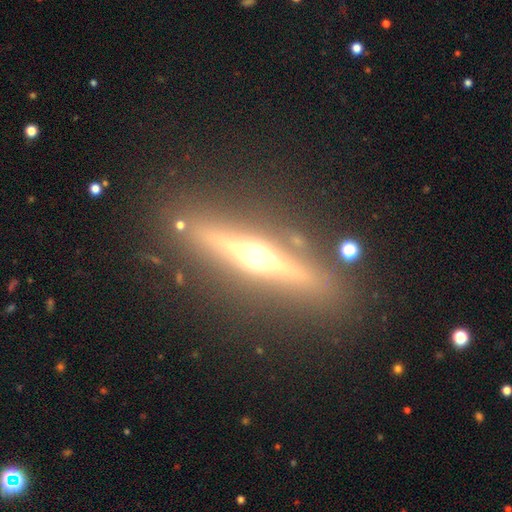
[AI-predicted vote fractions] A featured or disk galaxy (81%) viewed edge-on (97%) with a rounded central bulge (94%).

Vote fractions:
- Smooth or featured? featured or disk: 81% / smooth: 12% / star or artifact: 7%
- Edge-on disk? yes: 97% / no: 3%
- Edge-on bulge? rounded: 94% / boxy: 3% / none: 2%
- Merging? none: 87% / minor disturbance: 8% / merger: 3% / major disturbance: 3%